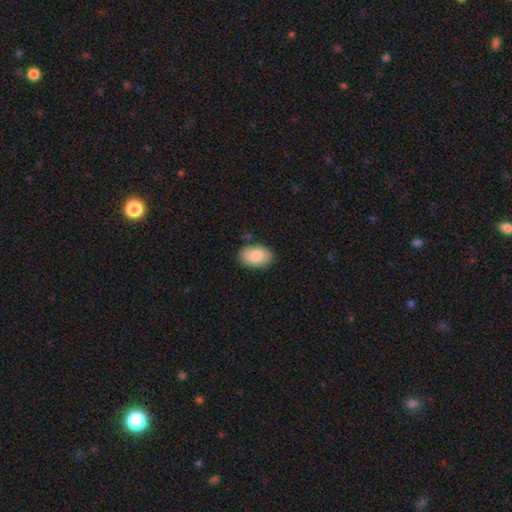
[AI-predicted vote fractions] smooth 84%, featured or disk 10%, star or artifact 6%. Down the decision tree: how rounded — in between (90%); merging — none (82%).